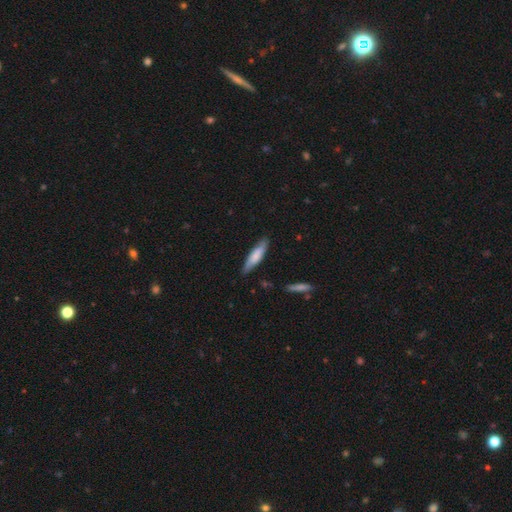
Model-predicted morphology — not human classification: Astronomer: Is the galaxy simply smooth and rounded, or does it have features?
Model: smooth — 69%.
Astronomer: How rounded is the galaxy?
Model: cigar-shaped — 72%.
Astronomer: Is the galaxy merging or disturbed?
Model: none — 82%.